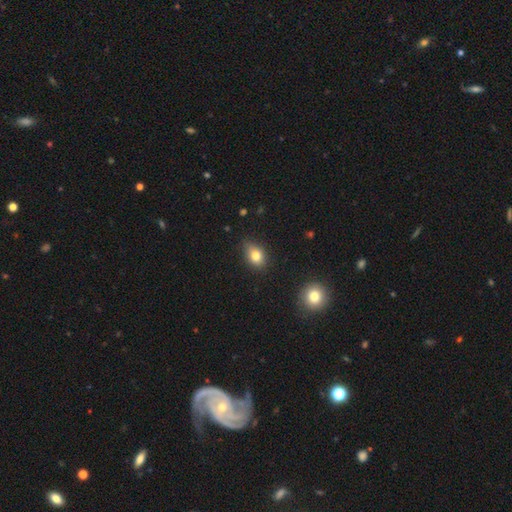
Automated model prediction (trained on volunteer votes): Smooth or featured: smooth — 79% (star or artifact — 11%)
How rounded: in between — 70% (round — 28%)
Merging: none — 74% (minor disturbance — 21%)